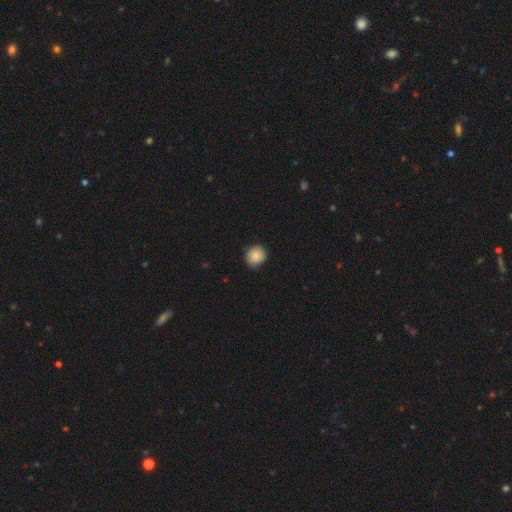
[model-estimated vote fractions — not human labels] Smooth or featured? smooth (84%)
How rounded? round (85%)
Merging? none (81%)